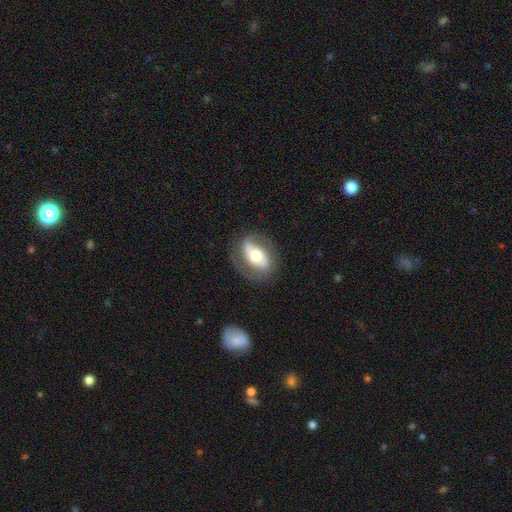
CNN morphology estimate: A featured or disk galaxy (63%) with no bar (39%), spiral arms (72%) and a moderate central bulge (64%).

Vote fractions:
- Smooth or featured? featured or disk: 63% / smooth: 31% / star or artifact: 6%
- Edge-on disk? no: 92% / yes: 8%
- Bar? no: 39% / strong: 34% / weak: 27%
- Spiral arms? yes: 72% / no: 28%
- Bulge size? moderate: 64% / large: 18% / small: 15% / dominant: 3% / none: 1%
- Merging? none: 74% / minor disturbance: 16% / major disturbance: 9% / merger: 1%